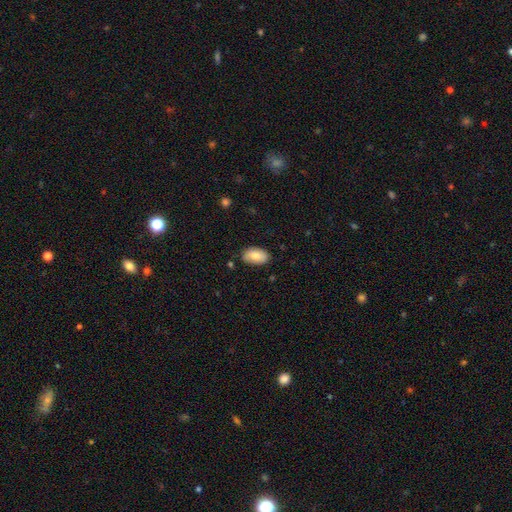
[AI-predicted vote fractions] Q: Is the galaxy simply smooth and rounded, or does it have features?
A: smooth — 80%.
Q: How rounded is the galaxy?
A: in between — 93%.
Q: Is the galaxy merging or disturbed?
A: none — 81%.